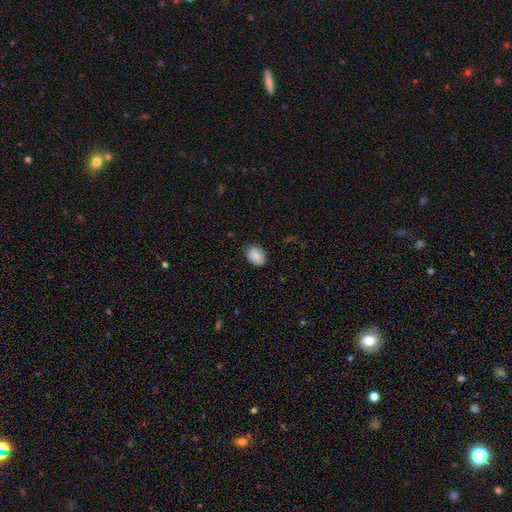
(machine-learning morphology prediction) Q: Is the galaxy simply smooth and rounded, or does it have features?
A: smooth — 87%.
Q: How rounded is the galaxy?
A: in between — 71%.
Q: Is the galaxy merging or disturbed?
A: none — 82%.